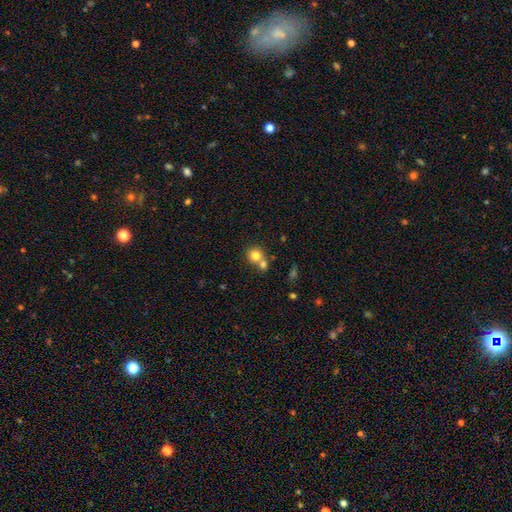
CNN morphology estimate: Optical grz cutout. It shows a smooth galaxy with no disk features (79%) that is round (85%). Merging: merger (46%).